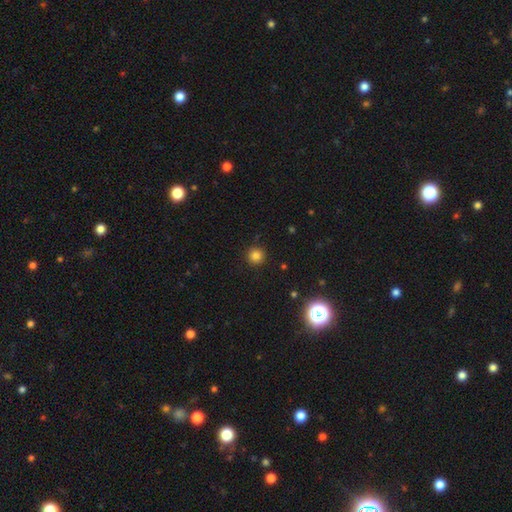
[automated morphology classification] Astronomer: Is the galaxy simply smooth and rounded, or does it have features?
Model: smooth — 82%.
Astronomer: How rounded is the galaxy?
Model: round — 95%.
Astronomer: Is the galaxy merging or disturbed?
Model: none — 91%.